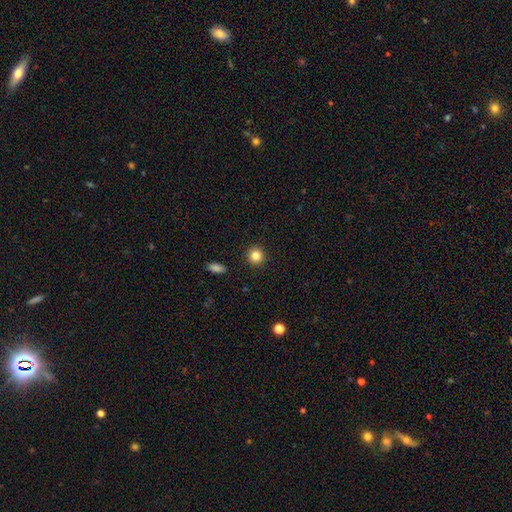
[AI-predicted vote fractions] A smooth galaxy with no disk features (84%) that is round (93%). Merging: none (92%).